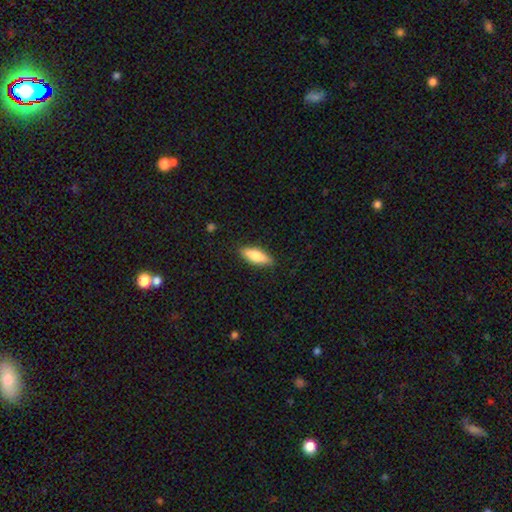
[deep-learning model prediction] Smooth or featured? smooth (78%)
How rounded? in between (58%)
Merging? none (87%)